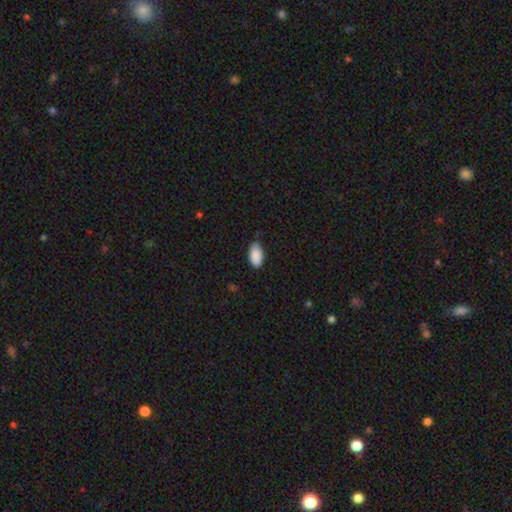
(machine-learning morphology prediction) Smooth or featured? smooth (89%)
How rounded? in between (95%)
Merging? none (69%)